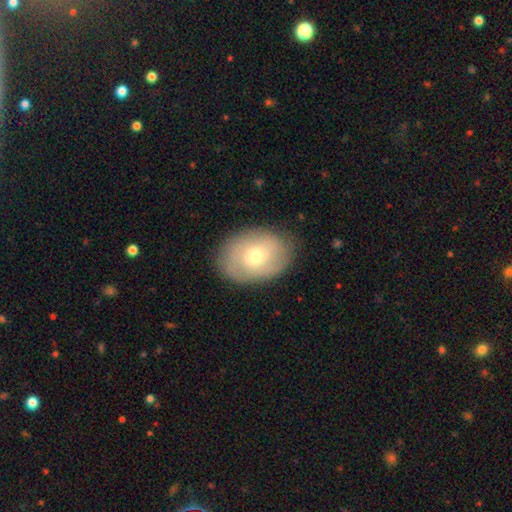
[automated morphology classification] type=smooth (54%); roundness=in between (76%); merging=none (82%).